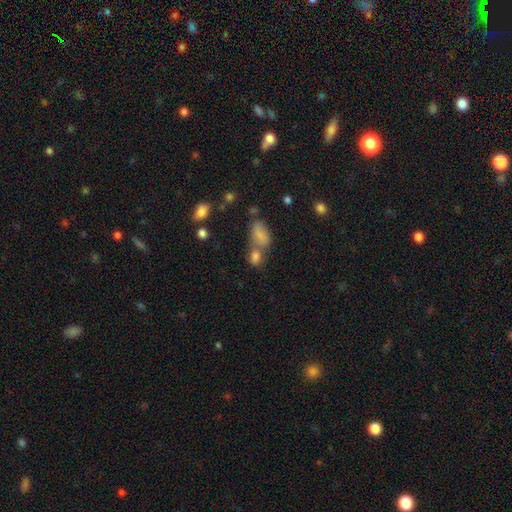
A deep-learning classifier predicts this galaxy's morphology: smooth_or_featured: smooth (p=0.70) [alt: star or artifact p=0.17]
how_rounded: in between (p=0.78) [alt: round p=0.17]
merging: merger (p=0.46) [alt: none p=0.37]